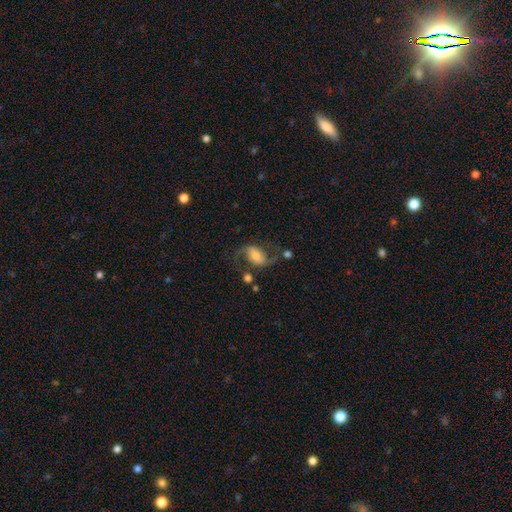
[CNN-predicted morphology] Smooth or featured?
  - featured or disk: 70% *
  - smooth: 22%
  - star or artifact: 8%
Edge-on disk?
  - no: 97% *
  - yes: 3%
Bar?
  - weak: 40% *
  - no: 33%
  - strong: 27%
Spiral arms?
  - yes: 93% *
  - no: 7%
Spiral winding?
  - loose: 62% *
  - medium: 31%
  - tight: 6%
Spiral arm count?
  - 2: 91% *
  - 1: 3%
  - can't tell: 3%
  - 3: 1%
  - 4: 1%
  - more than 4: 1%
Bulge size?
  - moderate: 42% *
  - small: 28%
  - large: 19%
  - none: 7%
  - dominant: 4%
Merging?
  - none: 60% *
  - minor disturbance: 17%
  - major disturbance: 16%
  - merger: 7%